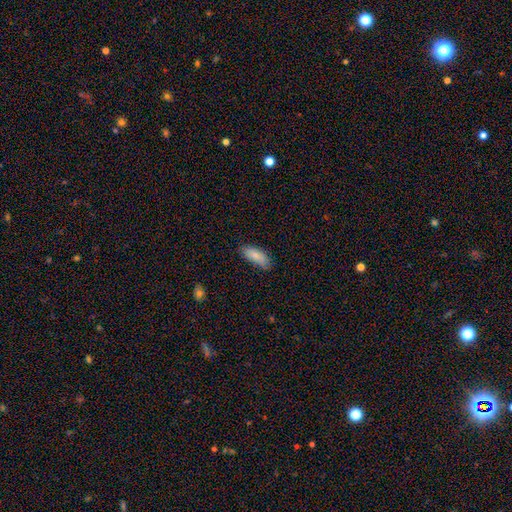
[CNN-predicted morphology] Smooth or featured?
  - smooth: 85% *
  - featured or disk: 8%
  - star or artifact: 7%
How rounded?
  - in between: 81% *
  - cigar-shaped: 17%
  - round: 2%
Merging?
  - none: 73% *
  - minor disturbance: 22%
  - major disturbance: 4%
  - merger: 2%